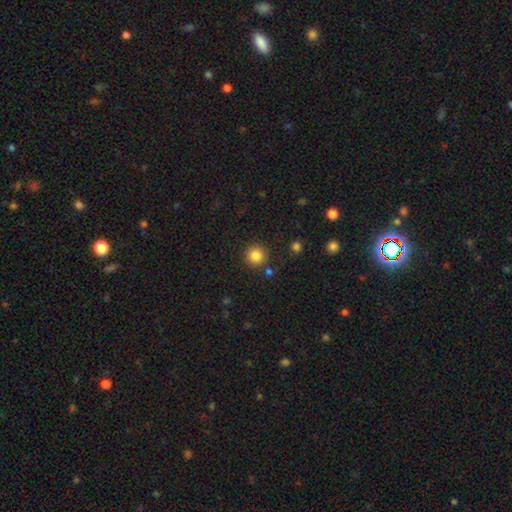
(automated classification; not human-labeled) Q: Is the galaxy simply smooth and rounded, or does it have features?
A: smooth — 85%.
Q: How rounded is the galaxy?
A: round — 95%.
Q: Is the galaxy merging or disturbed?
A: none — 87%.